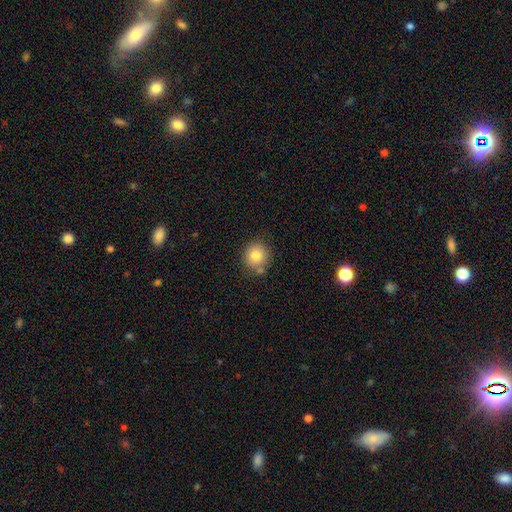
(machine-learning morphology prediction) Overall: smooth (81%). How rounded: round (89%). Merging: none (76%).